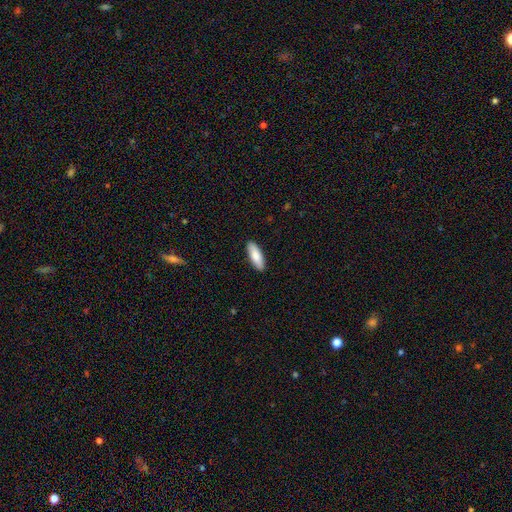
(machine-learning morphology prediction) type=smooth (84%); roundness=in between (60%); merging=none (90%).